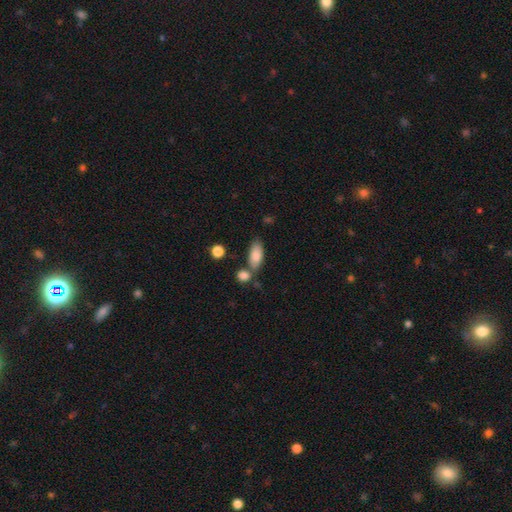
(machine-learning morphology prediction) Q: Smooth or featured?
A: smooth (85%); runner-up: featured or disk (8%)
Q: How rounded?
A: in between (86%); runner-up: cigar-shaped (11%)
Q: Merging?
A: none (59%); runner-up: merger (21%)